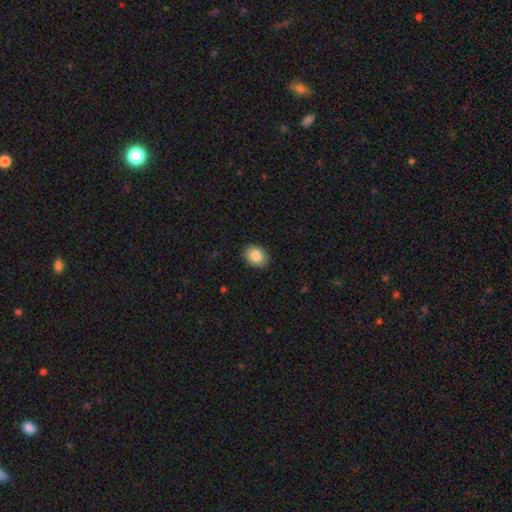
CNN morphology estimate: Overall: smooth (86%). How rounded: in between (63%; round 36%). Merging: none (89%).